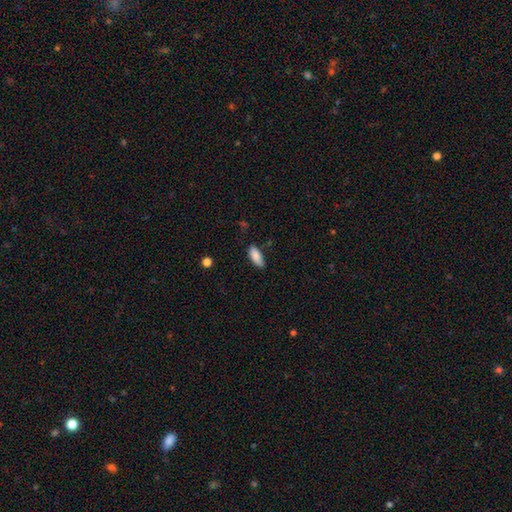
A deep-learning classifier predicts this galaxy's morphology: This is clearly a smooth galaxy (87%). How rounded: clearly in between (81%). Merging: likely none (76%).